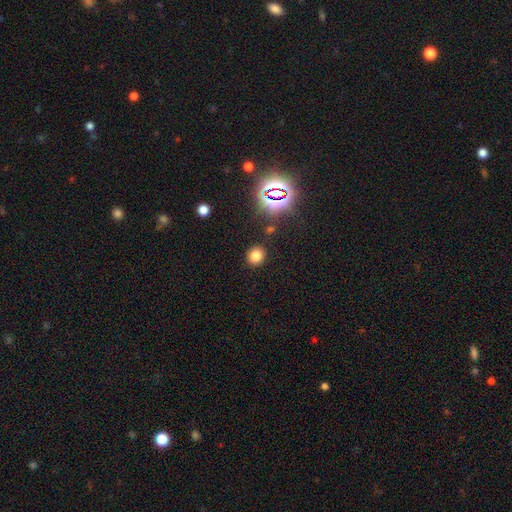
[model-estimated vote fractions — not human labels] smooth_or_featured: smooth (p=0.76) [alt: star or artifact p=0.18]
how_rounded: round (p=0.83) [alt: in between p=0.16]
merging: none (p=0.88) [alt: minor disturbance p=0.07]